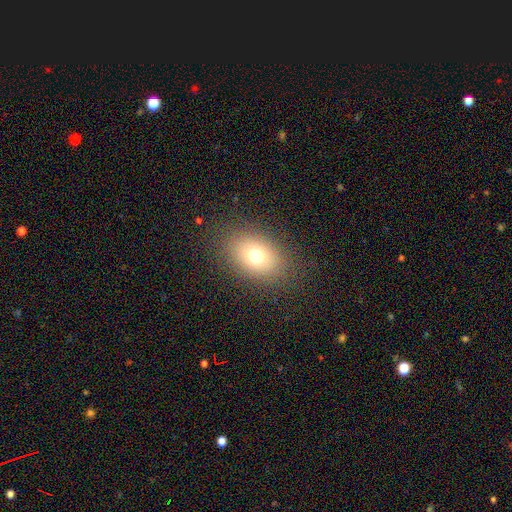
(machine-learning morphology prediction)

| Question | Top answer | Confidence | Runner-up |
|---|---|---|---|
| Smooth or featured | smooth | 72% | star or artifact (14%) |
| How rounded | in between | 70% | round (29%) |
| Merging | none | 85% | minor disturbance (9%) |